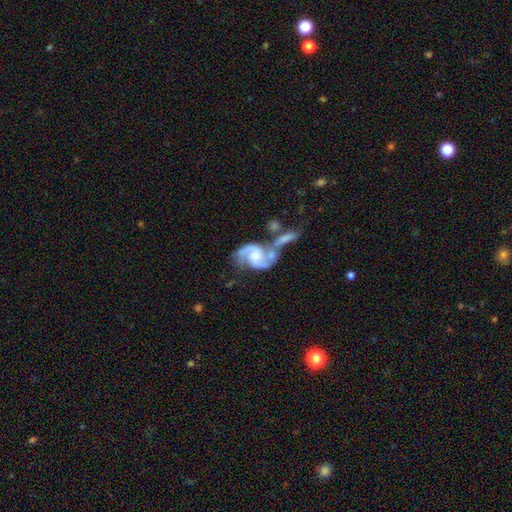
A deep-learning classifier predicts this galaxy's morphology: Smooth or featured? Predicted: featured or disk (p=0.88). Edge-on disk? Predicted: no (p=0.98). Bar? Predicted: no (p=0.53). Spiral arms? Predicted: yes (p=0.97). Spiral winding? Predicted: medium (p=0.52). Spiral arm count? Predicted: 2 (p=0.92). Bulge size? Predicted: moderate (p=0.45). Merging? Predicted: merger (p=0.43).